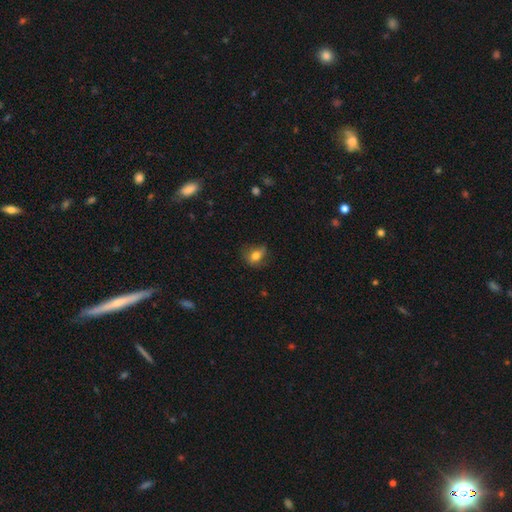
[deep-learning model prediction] Q: Smooth or featured?
A: smooth (70%); runner-up: featured or disk (18%)
Q: How rounded?
A: in between (52%); runner-up: round (45%)
Q: Merging?
A: none (54%); runner-up: minor disturbance (30%)